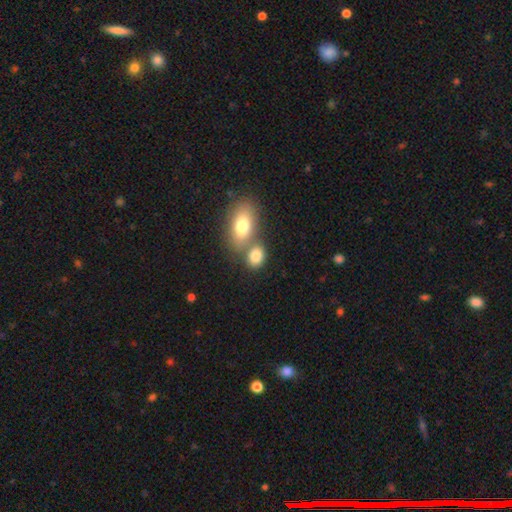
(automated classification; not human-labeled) Smooth or featured? smooth (82%)
How rounded? in between (70%)
Merging? none (46%)